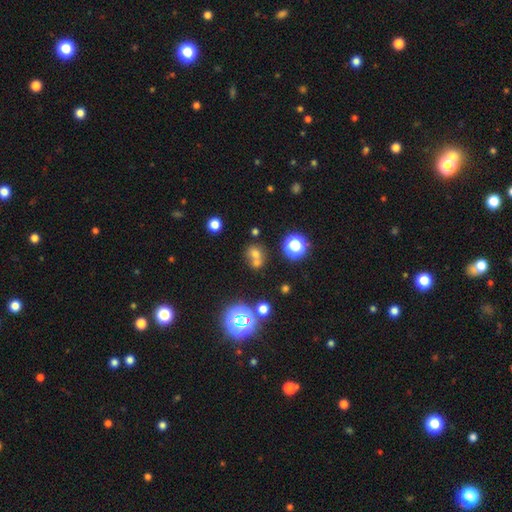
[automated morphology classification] This is likely a smooth galaxy (62%). How rounded: likely round (73%). Merging: possibly merger (49%).